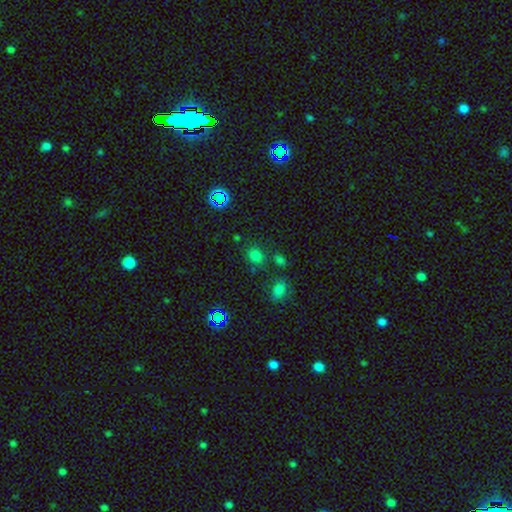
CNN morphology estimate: A smooth galaxy with no disk features (73%) that is round (63%).

Vote fractions:
- Smooth or featured? smooth: 73% / star or artifact: 21% / featured or disk: 6%
- How rounded? round: 63% / in between: 36% / cigar-shaped: 1%
- Merging? none: 72% / minor disturbance: 12% / merger: 11% / major disturbance: 5%